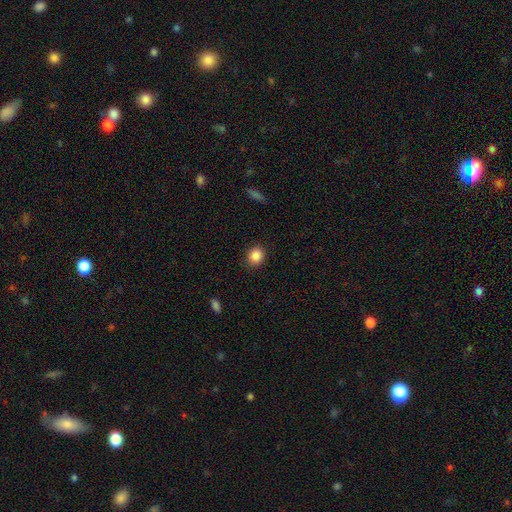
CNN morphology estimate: Q: Smooth or featured?
A: smooth (87%); runner-up: star or artifact (9%)
Q: How rounded?
A: round (69%); runner-up: in between (30%)
Q: Merging?
A: none (89%); runner-up: minor disturbance (8%)